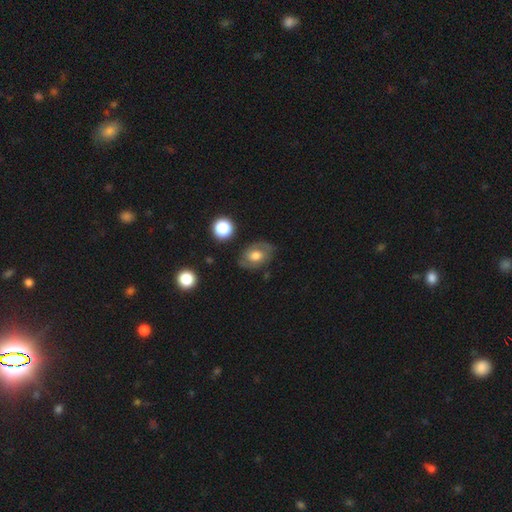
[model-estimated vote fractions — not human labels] A smooth galaxy with no disk features (55%) that is in between round and cigar-shaped (73%).

Vote fractions:
- Smooth or featured? smooth: 55% / featured or disk: 37% / star or artifact: 9%
- How rounded? in between: 73% / round: 26% / cigar-shaped: 1%
- Merging? none: 73% / minor disturbance: 18% / major disturbance: 6% / merger: 2%